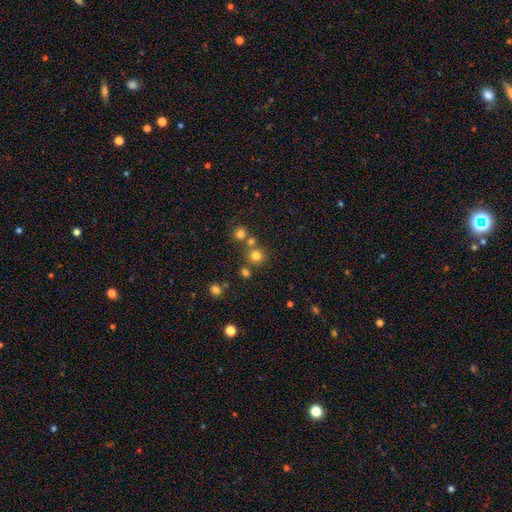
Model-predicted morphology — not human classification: The model was most divided on "merging": none: 69%, merger: 21%, minor disturbance: 8%, major disturbance: 3%. More confident: how rounded — round (90%); smooth or featured — smooth (75%).